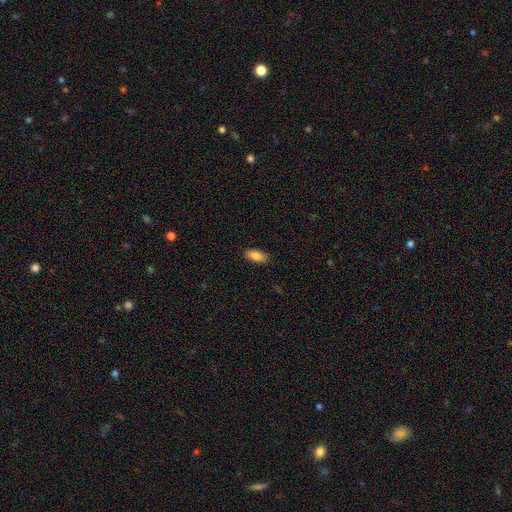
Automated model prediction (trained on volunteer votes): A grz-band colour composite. It shows a smooth galaxy with no disk features (85%) that is in between round and cigar-shaped (80%). Merging: none (87%).